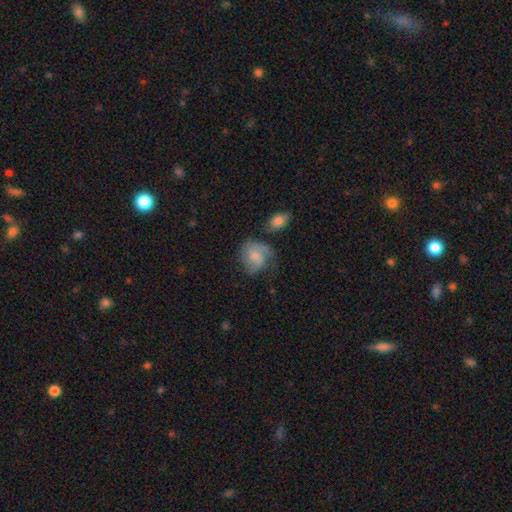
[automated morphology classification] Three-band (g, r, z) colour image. It shows a smooth galaxy with no disk features (48%). Merging: none (47%).